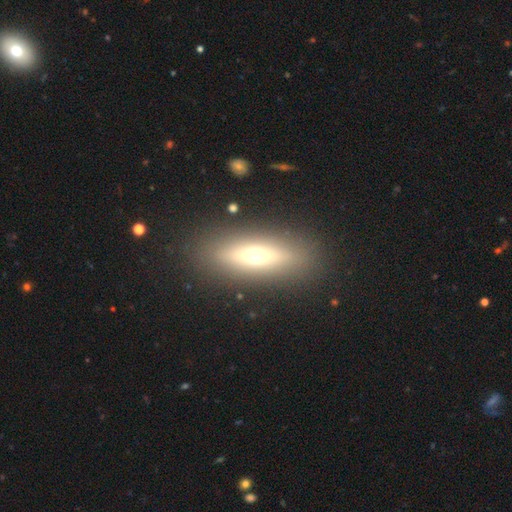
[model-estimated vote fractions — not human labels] Morphology: type=smooth (50%); merging=none (86%).